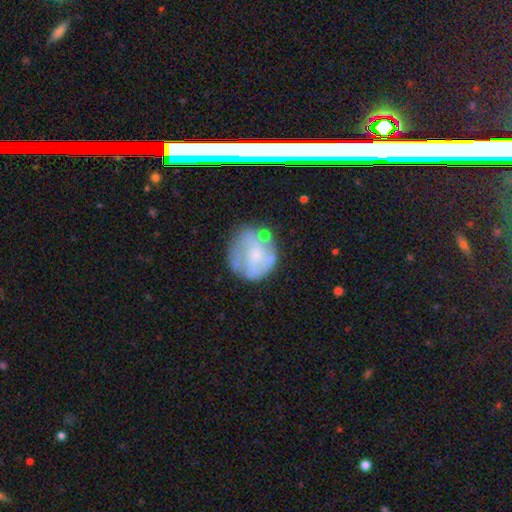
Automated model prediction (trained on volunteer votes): Smooth or featured?
  - featured or disk: 56% *
  - smooth: 35%
  - star or artifact: 9%
Edge-on disk?
  - no: 97% *
  - yes: 3%
Bar?
  - no: 72% *
  - weak: 22%
  - strong: 6%
Spiral arms?
  - yes: 52% *
  - no: 48%
Bulge size?
  - small: 43% *
  - moderate: 29%
  - none: 23%
  - large: 4%
  - dominant: 2%
Merging?
  - none: 59% *
  - minor disturbance: 23%
  - major disturbance: 12%
  - merger: 6%